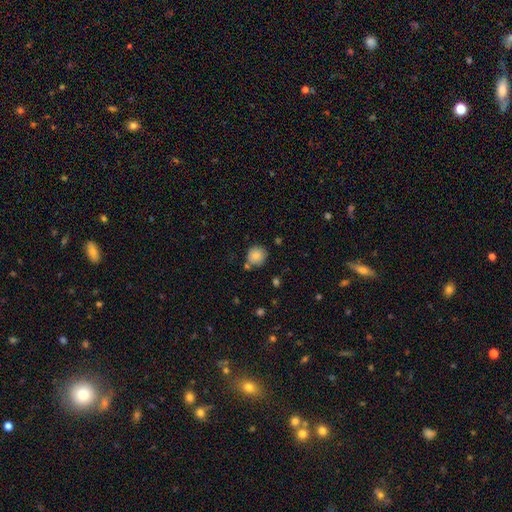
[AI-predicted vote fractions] Smooth or featured? smooth (84%)
How rounded? round (91%)
Merging? none (76%)